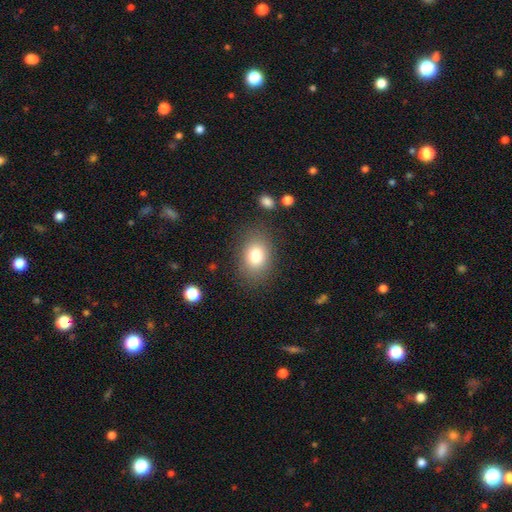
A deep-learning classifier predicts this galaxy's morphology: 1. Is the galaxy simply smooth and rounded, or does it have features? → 80% smooth, 10% star or artifact, 10% featured or disk.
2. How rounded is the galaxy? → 67% in between, 32% round, 1% cigar-shaped.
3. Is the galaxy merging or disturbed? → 82% none, 11% minor disturbance, 5% major disturbance, 2% merger.